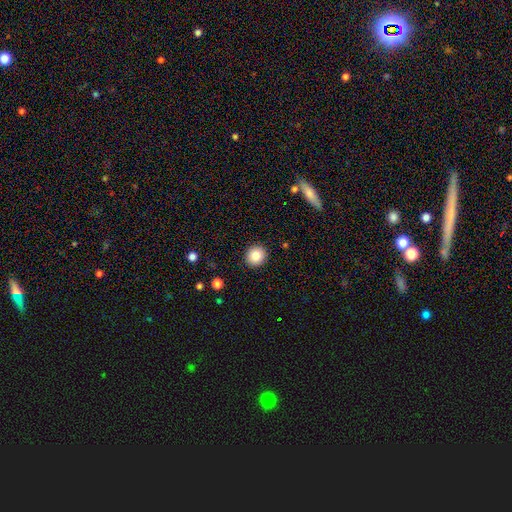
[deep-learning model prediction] Smooth or featured?
  - smooth: 84% *
  - star or artifact: 9%
  - featured or disk: 6%
How rounded?
  - round: 89% *
  - in between: 10%
  - cigar-shaped: 1%
Merging?
  - none: 92% *
  - minor disturbance: 5%
  - major disturbance: 2%
  - merger: 1%